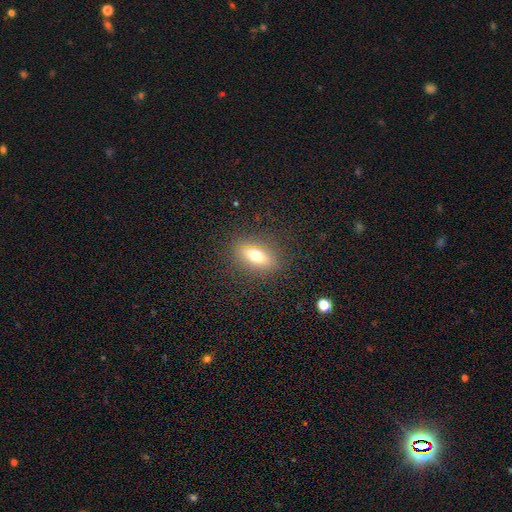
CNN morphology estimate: Smooth or featured? smooth (64%)
How rounded? in between (73%)
Merging? none (85%)